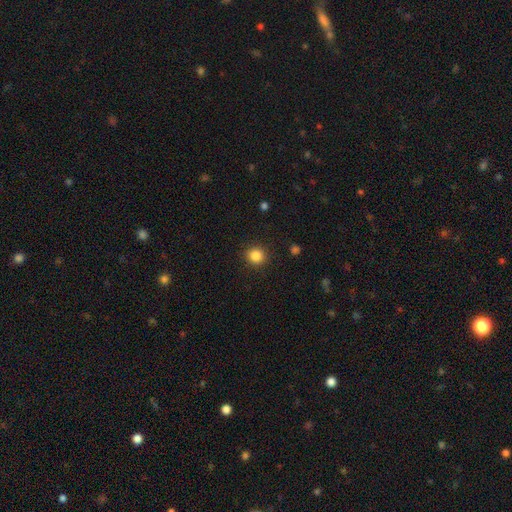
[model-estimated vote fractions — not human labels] The model was most divided on "smooth or featured": smooth: 85%, star or artifact: 11%, featured or disk: 4%. More confident: how rounded — round (91%); merging — none (90%).